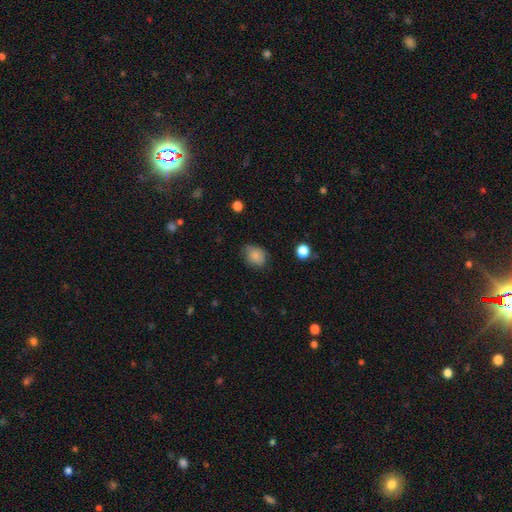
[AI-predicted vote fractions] smooth 83%, star or artifact 9%, featured or disk 8%. Down the decision tree: how rounded — round (50%); merging — none (68%).